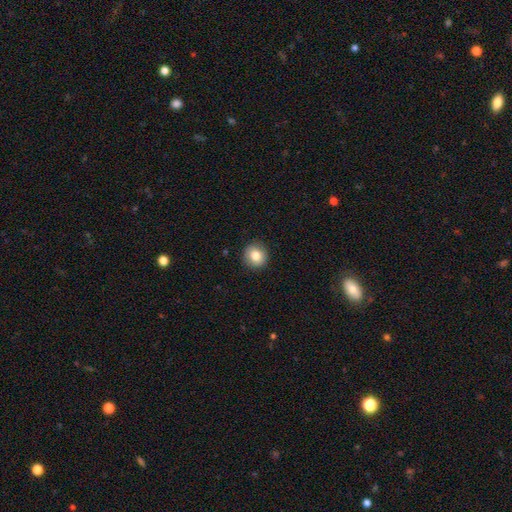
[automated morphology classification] Smooth or featured?
  - smooth: 81% *
  - featured or disk: 9%
  - star or artifact: 9%
How rounded?
  - round: 89% *
  - in between: 10%
  - cigar-shaped: 1%
Merging?
  - none: 90% *
  - minor disturbance: 7%
  - major disturbance: 2%
  - merger: 1%